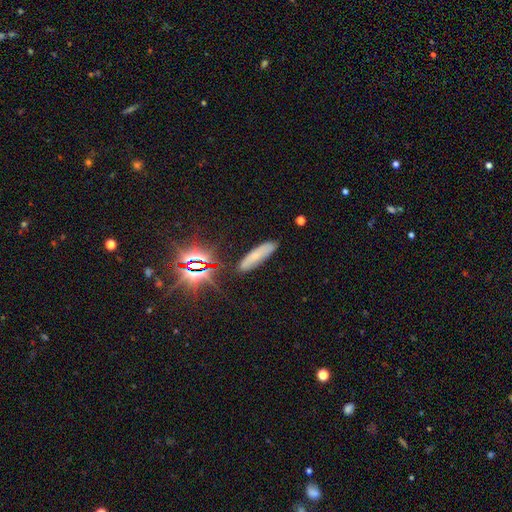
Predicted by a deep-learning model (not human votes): A smooth galaxy with no disk features (53%) that is cigar-shaped (72%). Merging: none (81%).